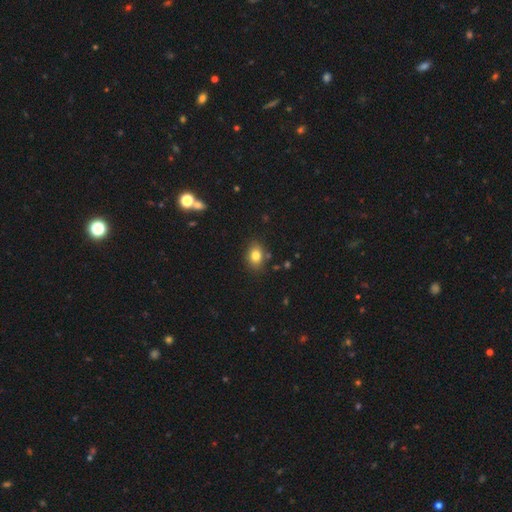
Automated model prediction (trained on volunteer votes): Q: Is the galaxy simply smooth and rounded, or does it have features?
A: smooth — 81%.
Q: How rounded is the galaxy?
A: in between — 70%.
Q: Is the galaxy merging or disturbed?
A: none — 82%.